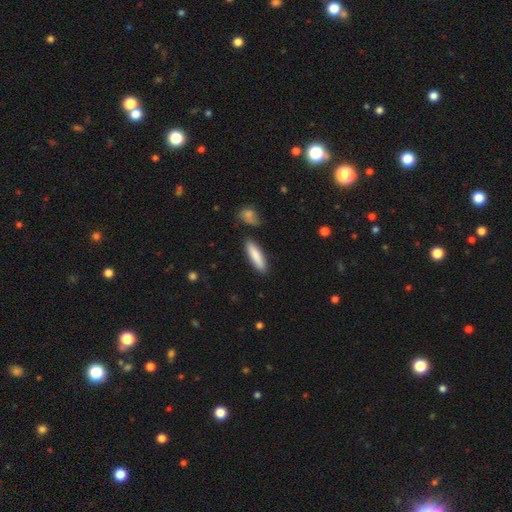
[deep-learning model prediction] This is clearly a smooth galaxy (85%). How rounded: likely cigar-shaped (69%). Merging: clearly none (86%).